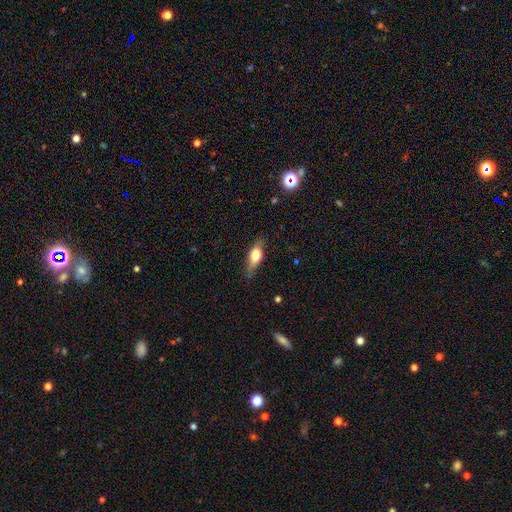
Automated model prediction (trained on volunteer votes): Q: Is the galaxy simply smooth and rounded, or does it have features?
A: smooth — 57%.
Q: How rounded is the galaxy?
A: in between — 67%.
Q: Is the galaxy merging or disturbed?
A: none — 73%.